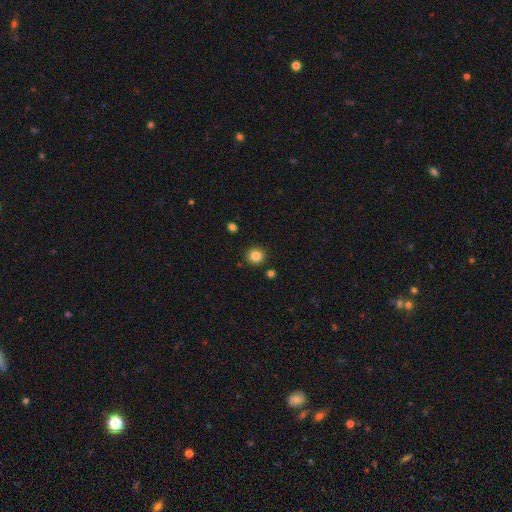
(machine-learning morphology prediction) A smooth galaxy with no disk features (85%) that is round (91%). Merging: none (89%).